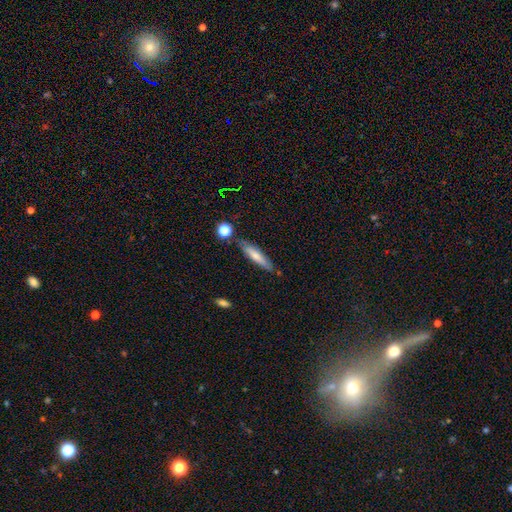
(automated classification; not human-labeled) A smooth galaxy with no disk features (65%) that is cigar-shaped (82%). Merging: none (77%).